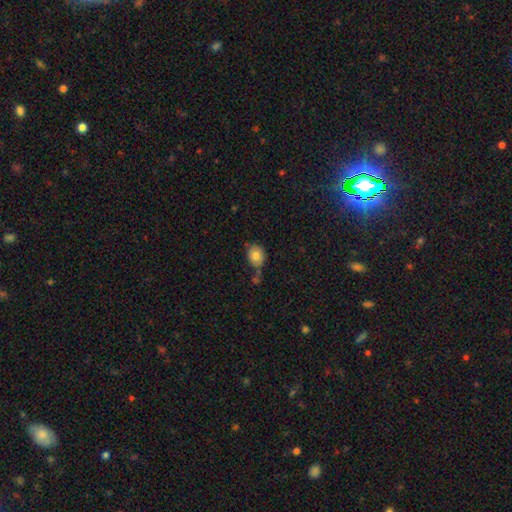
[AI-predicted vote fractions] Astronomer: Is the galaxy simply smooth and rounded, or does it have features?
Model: smooth — 79%.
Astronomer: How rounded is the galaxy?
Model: round — 63%.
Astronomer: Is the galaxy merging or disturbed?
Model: none — 57%.